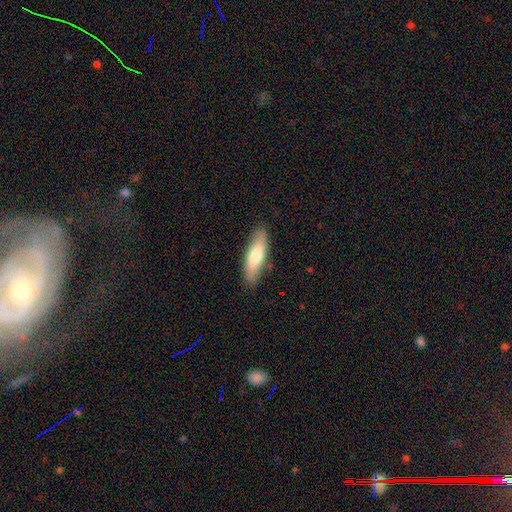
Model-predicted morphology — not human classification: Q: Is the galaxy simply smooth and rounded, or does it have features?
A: smooth — 69%.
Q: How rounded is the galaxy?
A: cigar-shaped — 53%.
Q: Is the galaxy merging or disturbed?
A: none — 84%.